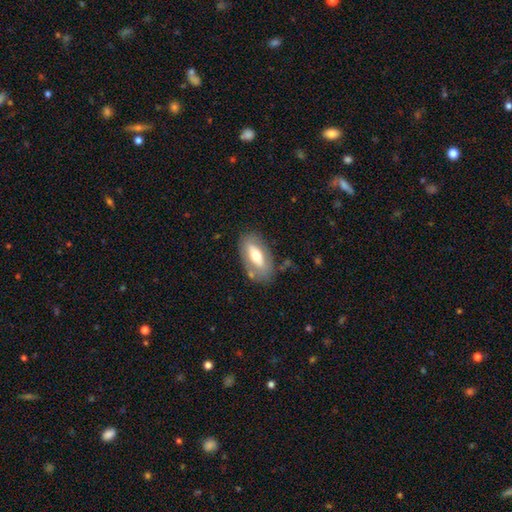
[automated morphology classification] Overall: smooth (52%; featured or disk 42%). How rounded: in between (88%). Merging: none (75%).